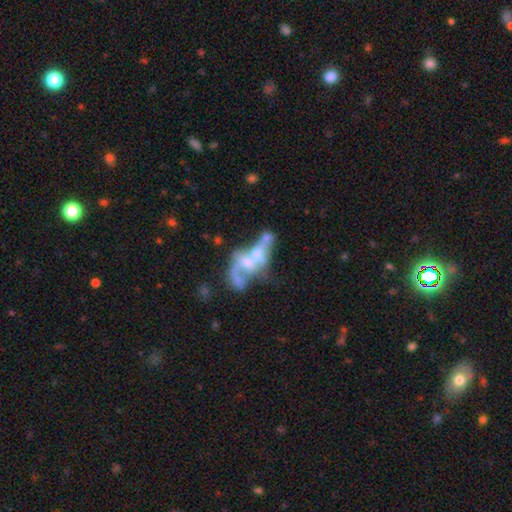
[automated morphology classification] smooth_or_featured: featured or disk (p=0.64) [alt: smooth p=0.23]
disk_edge_on: no (p=0.95) [alt: yes p=0.05]
bar: no (p=0.80) [alt: weak p=0.15]
has_spiral_arms: no (p=0.75) [alt: yes p=0.25]
bulge_size: moderate (p=0.34) [alt: none p=0.33]
merging: merger (p=0.54) [alt: major disturbance p=0.22]